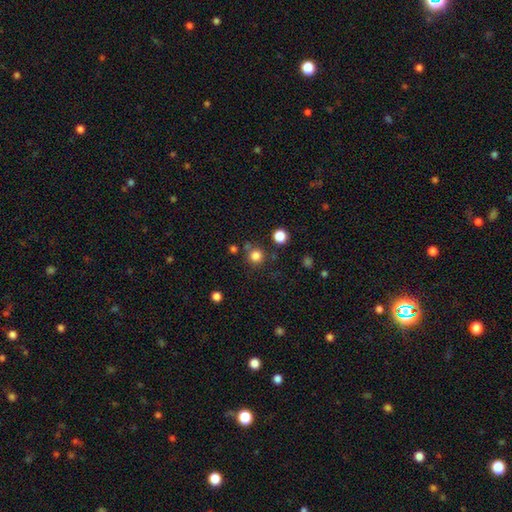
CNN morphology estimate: This is clearly a smooth galaxy (81%). How rounded: clearly round (94%). Merging: likely none (77%).